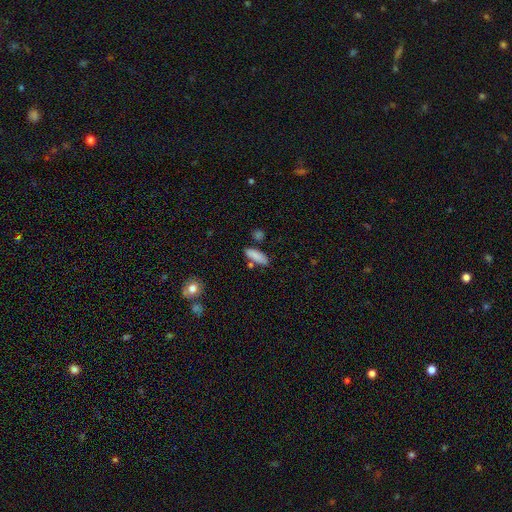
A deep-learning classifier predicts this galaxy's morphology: smooth_or_featured: smooth (p=0.86) [alt: star or artifact p=0.08]
how_rounded: in between (p=0.64) [alt: cigar-shaped p=0.33]
merging: none (p=0.72) [alt: minor disturbance p=0.15]